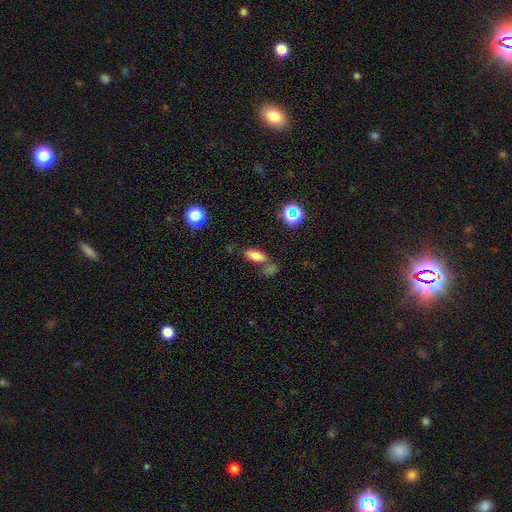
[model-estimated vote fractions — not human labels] Smooth or featured? Predicted: smooth (p=0.74). How rounded? Predicted: in between (p=0.79). Merging? Predicted: none (p=0.62).